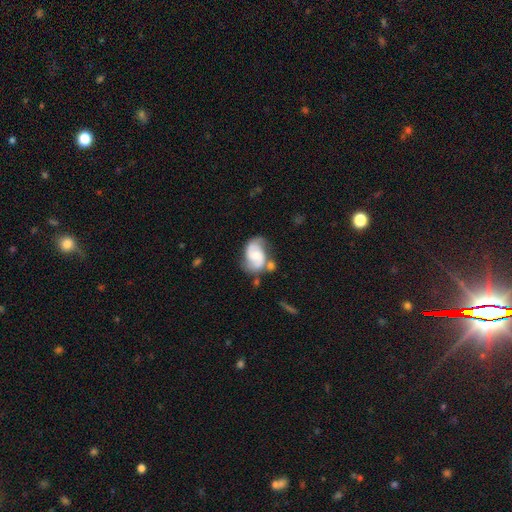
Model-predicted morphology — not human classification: This is likely a featured or disk galaxy (72%). It is clearly not viewed edge-on (97%). Bar: possibly no (49%). Spiral arm pattern: clearly yes (92%). Spiral arm count: clearly 2 (88%). Spiral winding: possibly medium (48%). Central bulge: possibly moderate (46%). Merging: possibly none (54%).